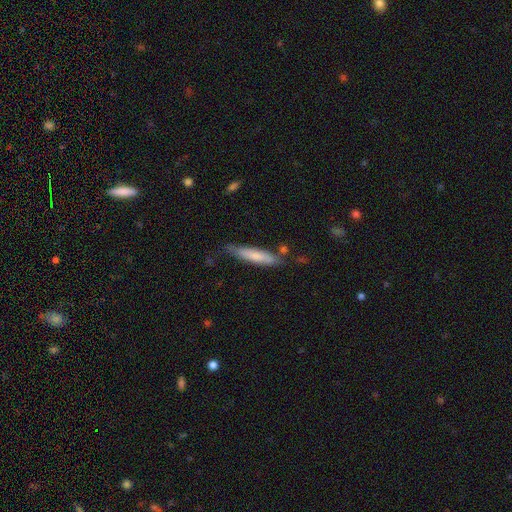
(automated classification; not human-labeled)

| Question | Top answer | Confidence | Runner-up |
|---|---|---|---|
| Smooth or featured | smooth | 72% | featured or disk (22%) |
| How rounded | cigar-shaped | 85% | in between (14%) |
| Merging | none | 70% | minor disturbance (22%) |